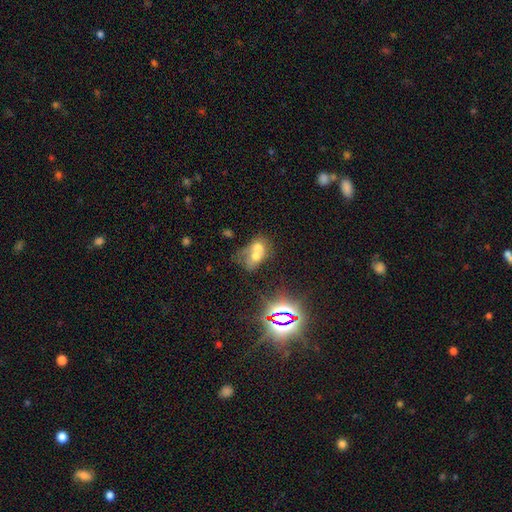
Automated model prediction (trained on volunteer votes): Smooth or featured? smooth (54%)
How rounded? in between (59%)
Merging? merger (73%)